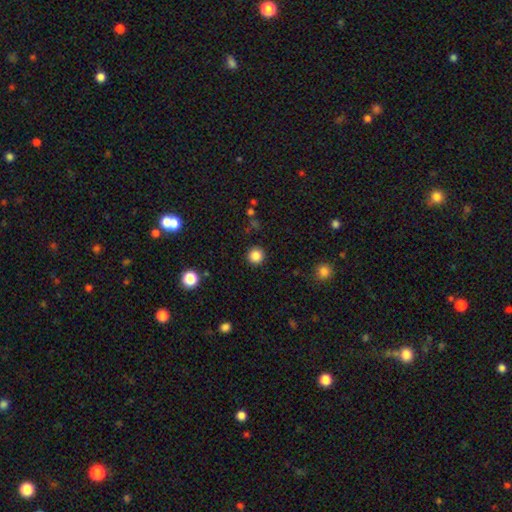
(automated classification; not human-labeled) This is clearly a smooth galaxy (85%). How rounded: clearly round (95%). Merging: clearly none (92%).